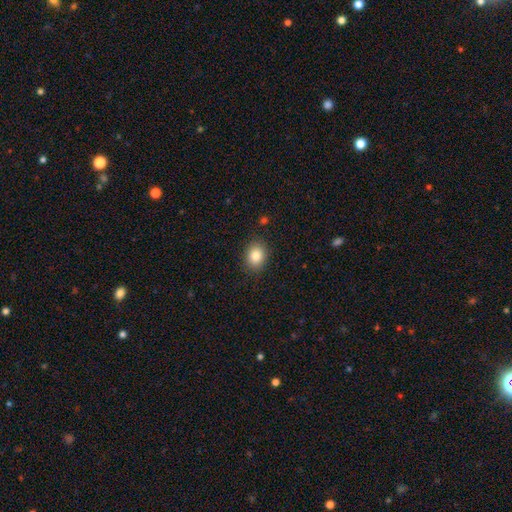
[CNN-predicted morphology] This appears to be a smooth galaxy with no disk features (85%) that is in between round and cigar-shaped (50%). Merging: none (87%).